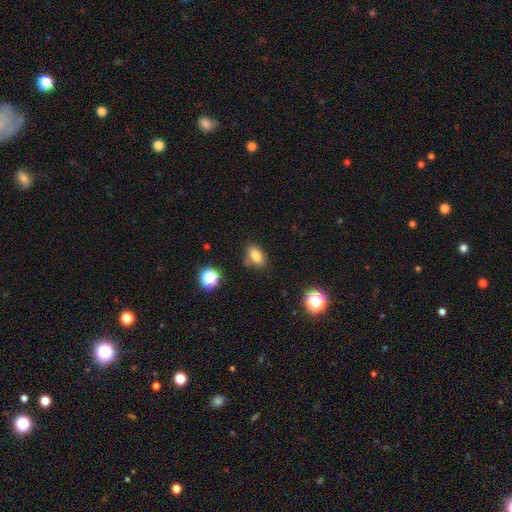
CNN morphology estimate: smooth 81%, star or artifact 11%, featured or disk 7%. Down the decision tree: how rounded — in between (85%); merging — none (73%).